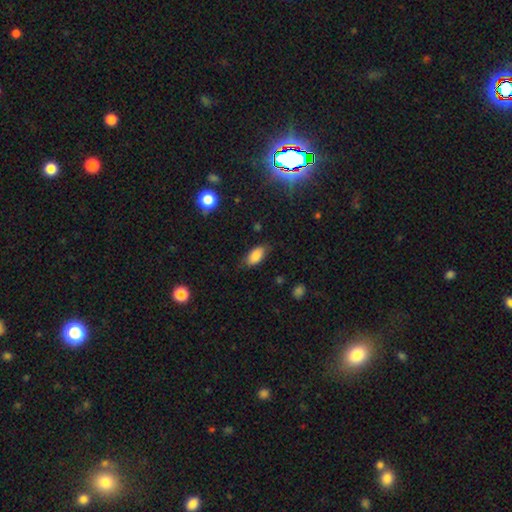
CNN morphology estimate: Overall: smooth (84%). How rounded: in between (91%). Merging: none (75%).